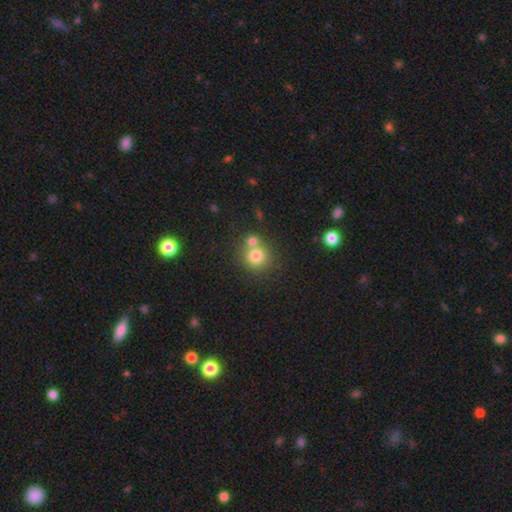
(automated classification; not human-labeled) smooth 77%, star or artifact 12%, featured or disk 11%. Down the decision tree: how rounded — round (87%); merging — none (53%).